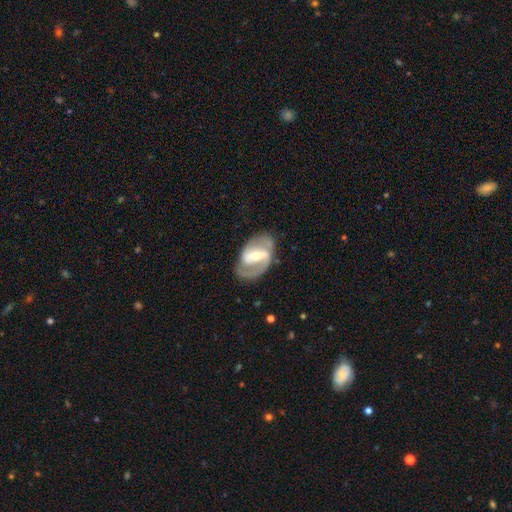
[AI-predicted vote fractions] This is clearly a featured or disk galaxy (83%). It is clearly not viewed edge-on (96%). Bar: likely strong (62%). Spiral arm pattern: clearly yes (85%). Spiral arm count: clearly 2 (84%). Spiral winding: possibly medium (50%). Central bulge: possibly small (48%). Merging: likely none (72%).